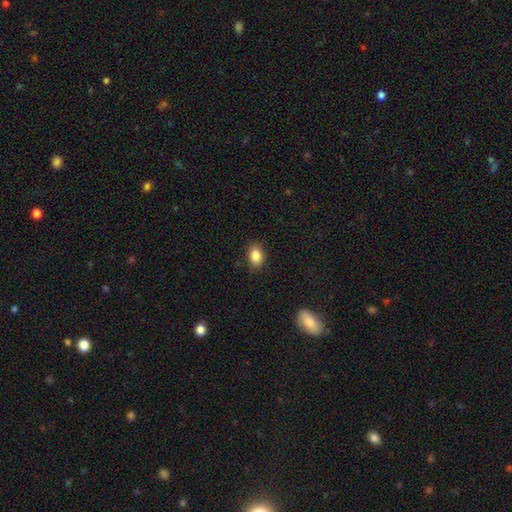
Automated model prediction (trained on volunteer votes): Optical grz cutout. It shows a smooth galaxy with no disk features (86%) that is in between round and cigar-shaped (79%). Merging: none (85%).